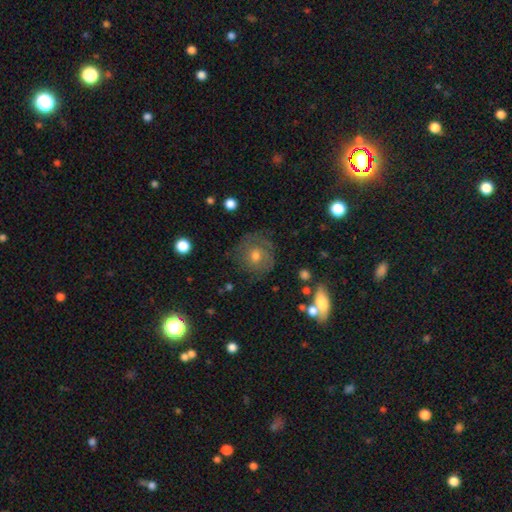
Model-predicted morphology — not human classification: This is possibly a featured or disk galaxy (45%). Merging: likely none (72%).